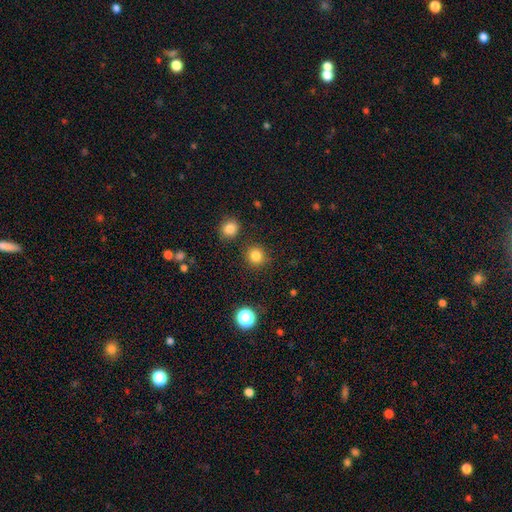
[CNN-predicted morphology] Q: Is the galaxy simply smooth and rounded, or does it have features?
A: smooth — 82%.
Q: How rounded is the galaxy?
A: round — 91%.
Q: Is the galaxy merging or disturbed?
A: none — 88%.